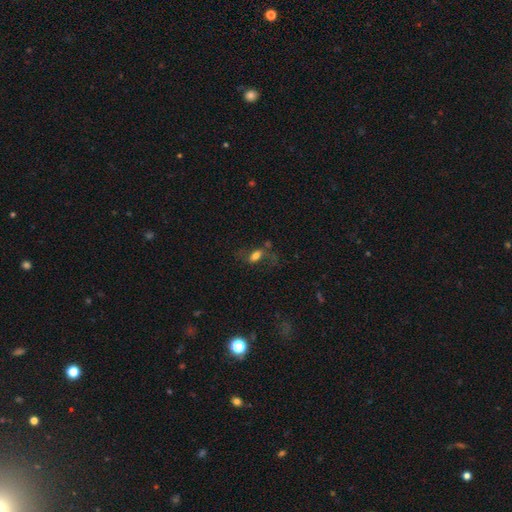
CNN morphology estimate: A smooth galaxy with no disk features (61%) that is in between round and cigar-shaped (82%).

Vote fractions:
- Smooth or featured? smooth: 61% / featured or disk: 26% / star or artifact: 13%
- How rounded? in between: 82% / round: 10% / cigar-shaped: 9%
- Merging? none: 48% / major disturbance: 25% / minor disturbance: 20% / merger: 6%